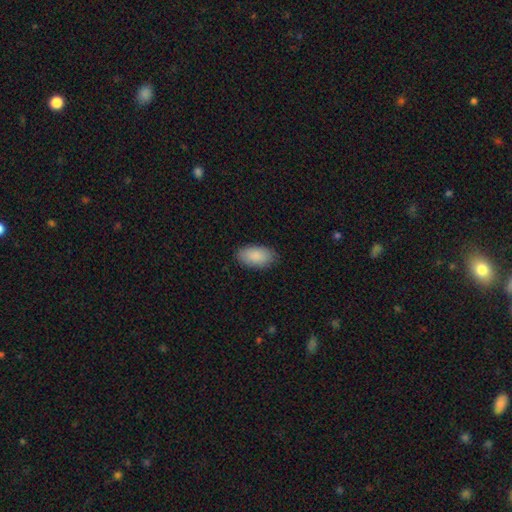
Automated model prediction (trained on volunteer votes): Morphology: type=smooth (89%); roundness=in between (95%); merging=none (86%).